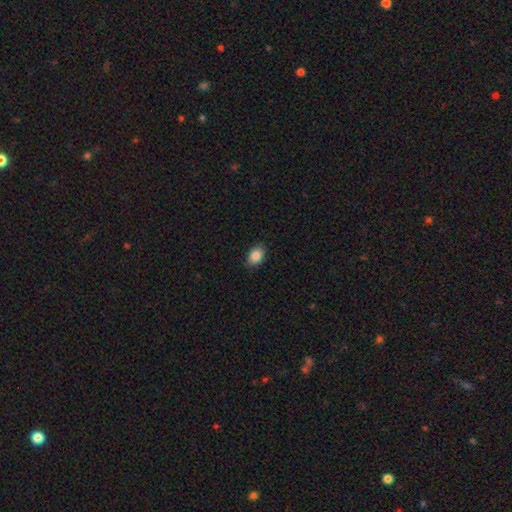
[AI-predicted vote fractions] smooth_or_featured: smooth (p=0.87) [alt: star or artifact p=0.08]
how_rounded: in between (p=0.80) [alt: round p=0.18]
merging: none (p=0.87) [alt: minor disturbance p=0.10]